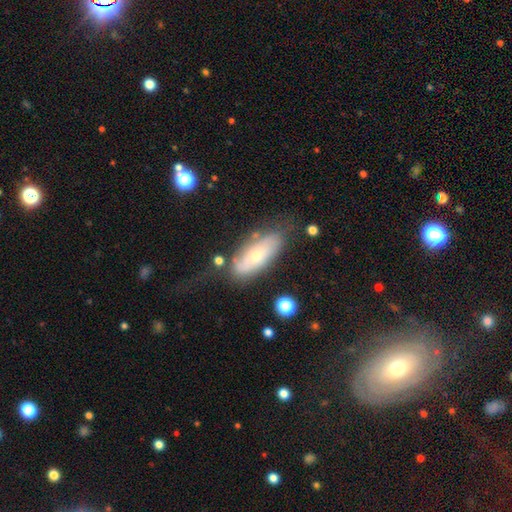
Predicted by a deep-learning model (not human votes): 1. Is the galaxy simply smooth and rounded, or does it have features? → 47% smooth, 45% featured or disk, 8% star or artifact.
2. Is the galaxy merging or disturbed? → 61% none, 23% minor disturbance, 11% major disturbance, 5% merger.